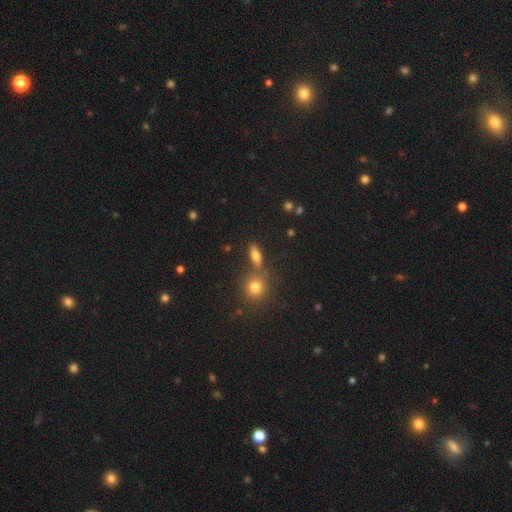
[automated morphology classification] Smooth or featured: smooth — 67% (featured or disk — 20%)
How rounded: in between — 58% (cigar-shaped — 29%)
Merging: none — 70% (merger — 14%)